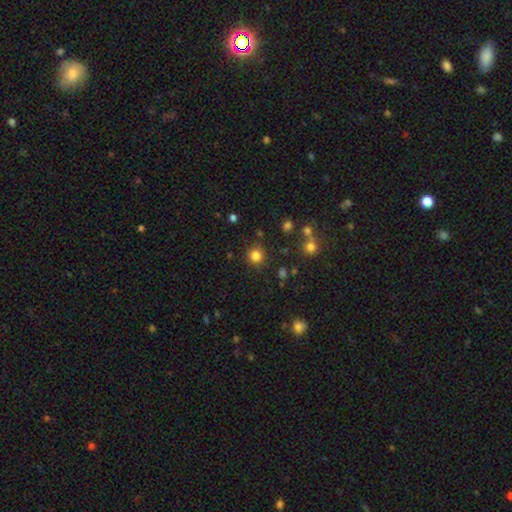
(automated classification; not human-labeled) This appears to be a smooth galaxy with no disk features (82%) that is round (92%). Merging: none (85%).